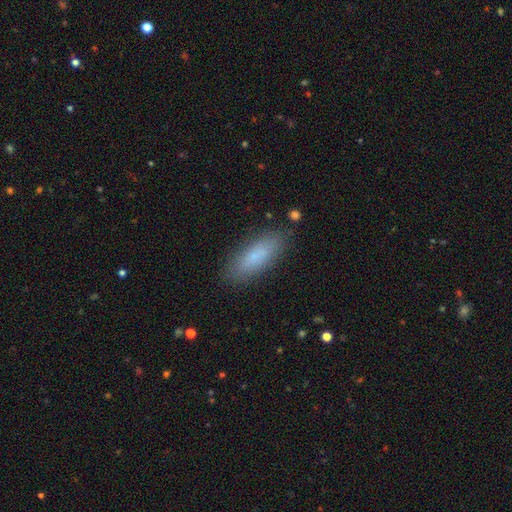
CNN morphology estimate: This is likely a smooth galaxy (78%). How rounded: possibly in between (58%). Merging: clearly none (86%).